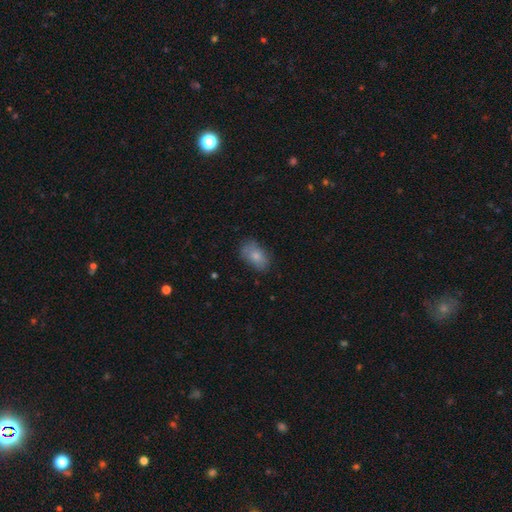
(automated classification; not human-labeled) Smooth or featured?
  - smooth: 81% *
  - featured or disk: 11%
  - star or artifact: 8%
How rounded?
  - in between: 89% *
  - round: 9%
  - cigar-shaped: 2%
Merging?
  - none: 72% *
  - minor disturbance: 21%
  - major disturbance: 6%
  - merger: 1%